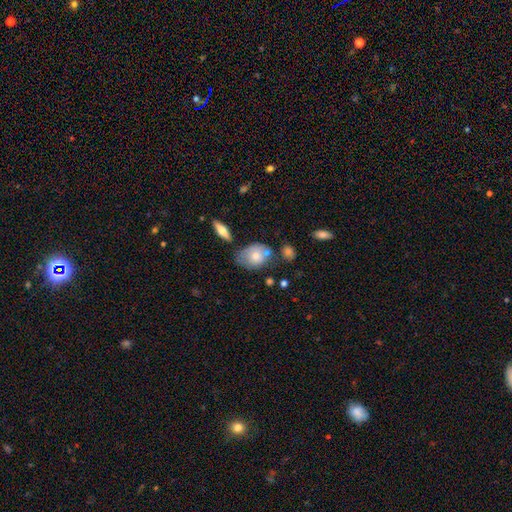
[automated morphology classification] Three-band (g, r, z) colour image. It shows a smooth galaxy with no disk features (65%) that is in between round and cigar-shaped (72%). Merging: none (45%).